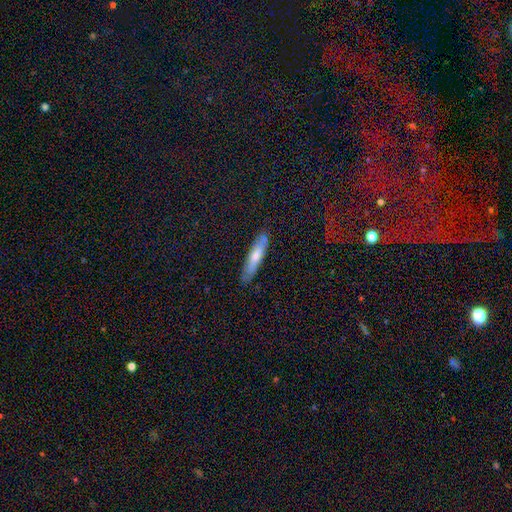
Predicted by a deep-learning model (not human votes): The model was most divided on "smooth or featured": smooth: 61%, featured or disk: 32%, star or artifact: 7%. More confident: how rounded — cigar-shaped (84%); merging — none (83%).